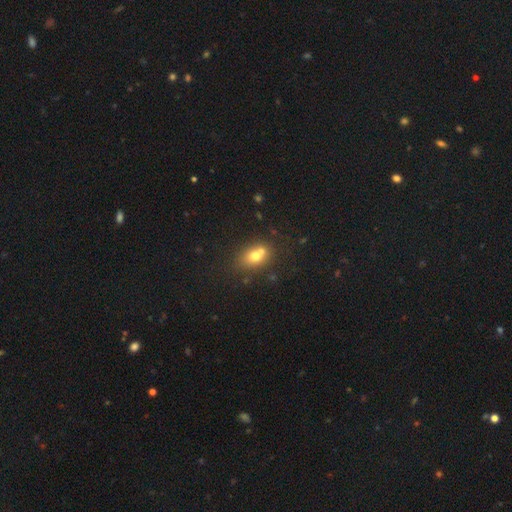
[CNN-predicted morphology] smooth 68%, featured or disk 20%, star or artifact 12%. Down the decision tree: how rounded — in between (63%); merging — none (44%).